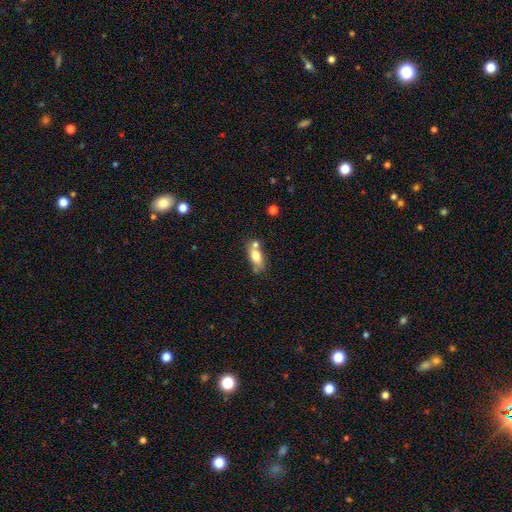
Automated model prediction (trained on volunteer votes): smooth 73%, featured or disk 19%, star or artifact 8%. Down the decision tree: how rounded — in between (79%); merging — none (52%).